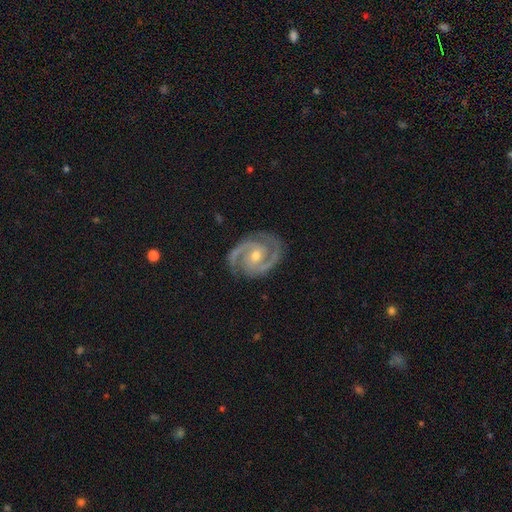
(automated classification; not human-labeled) smooth-or-featured: featured or disk: 93% | star or artifact: 4% | smooth: 3%
  disk-edge-on: no: 98% | yes: 2%
    bar: no: 52% | weak: 35% | strong: 14%
    has-spiral-arms: yes: 99% | no: 1%
      spiral-winding: tight: 48% | medium: 47% | loose: 5%
      spiral-arm-count: 2: 91% | 3: 4% | can't tell: 2% | 1: 1% | 4: 1% | more than 4: 1%
    bulge-size: moderate: 59% | small: 38% | large: 2% | none: 1% | dominant: 1%
  merging: none: 85% | minor disturbance: 12% | major disturbance: 3% | merger: 1%